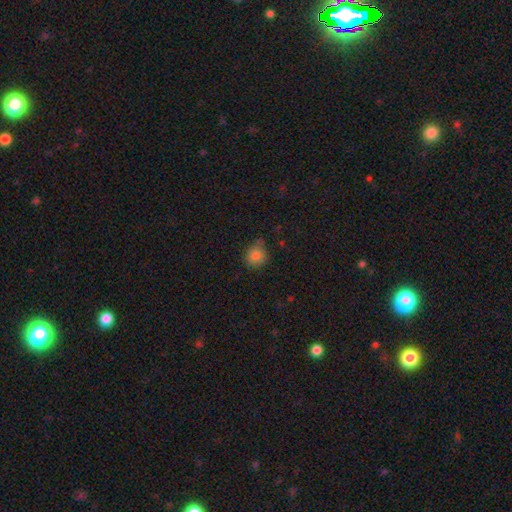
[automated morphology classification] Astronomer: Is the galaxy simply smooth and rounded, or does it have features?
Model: smooth — 82%.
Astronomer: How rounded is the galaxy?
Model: round — 76%.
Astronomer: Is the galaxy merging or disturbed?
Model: none — 67%.